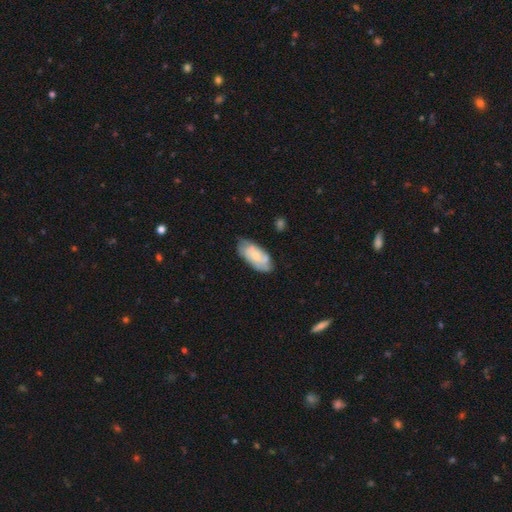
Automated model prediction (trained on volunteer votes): smooth-or-featured: featured or disk: 47% (tied) | smooth: 47% (tied) | star or artifact: 6%
  merging: none: 64% | minor disturbance: 27% | major disturbance: 6% | merger: 3%